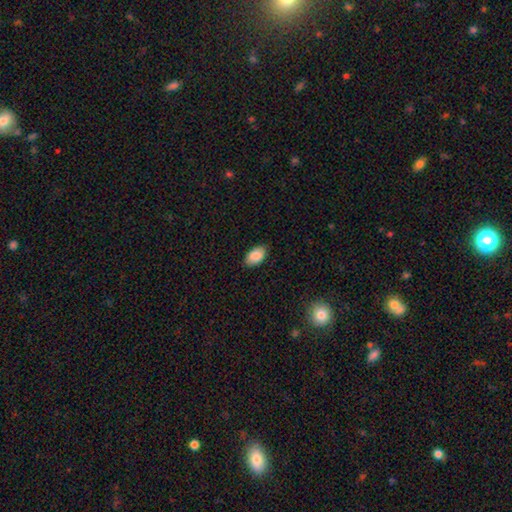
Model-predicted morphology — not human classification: Smooth or featured? Predicted: smooth (p=0.88). How rounded? Predicted: in between (p=0.94). Merging? Predicted: none (p=0.85).